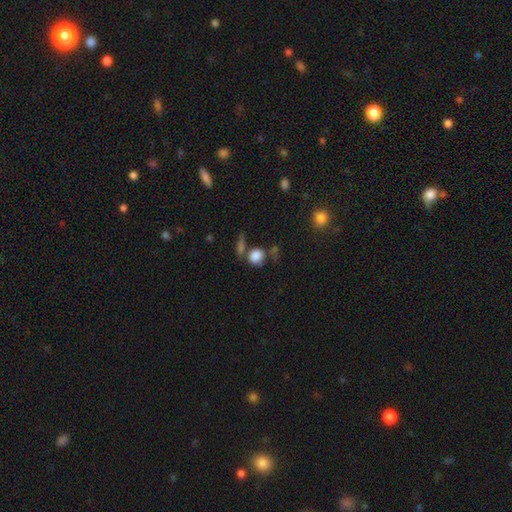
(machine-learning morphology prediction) type=smooth (82%); roundness=round (73%); merging=none (52%).